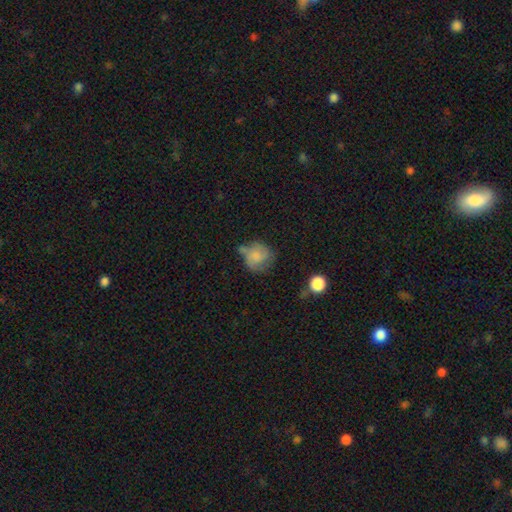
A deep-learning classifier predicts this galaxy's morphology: Smooth or featured? Predicted: smooth (p=0.64). How rounded? Predicted: round (p=0.74). Merging? Predicted: none (p=0.40).